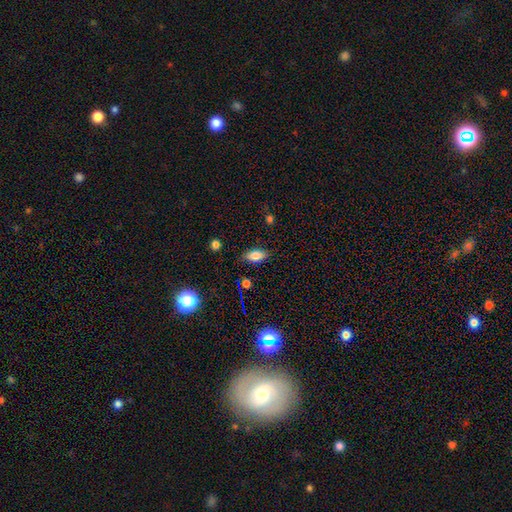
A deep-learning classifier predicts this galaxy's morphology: A smooth galaxy with no disk features (79%) that is in between round and cigar-shaped (85%). Merging: none (84%).